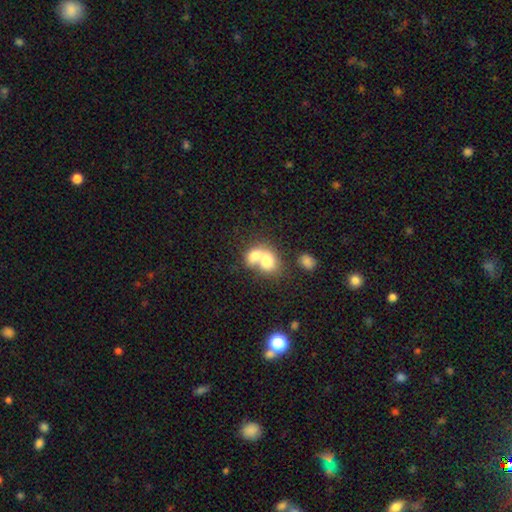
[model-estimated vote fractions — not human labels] This appears to be a smooth galaxy with no disk features (73%) that is in between round and cigar-shaped (57%). Merging: merger (74%).